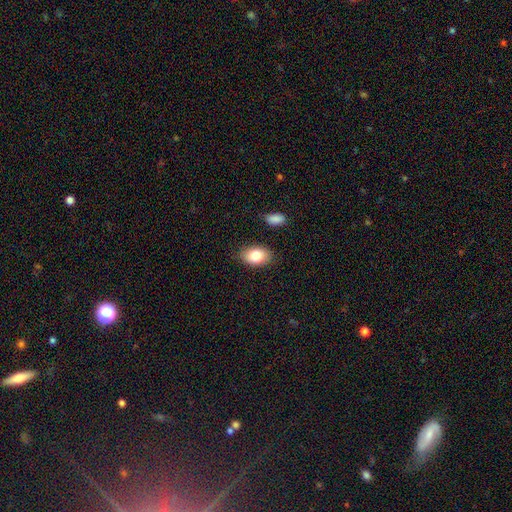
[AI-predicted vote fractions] Q: Smooth or featured?
A: smooth (82%); runner-up: featured or disk (10%)
Q: How rounded?
A: in between (89%); runner-up: round (9%)
Q: Merging?
A: none (84%); runner-up: minor disturbance (12%)